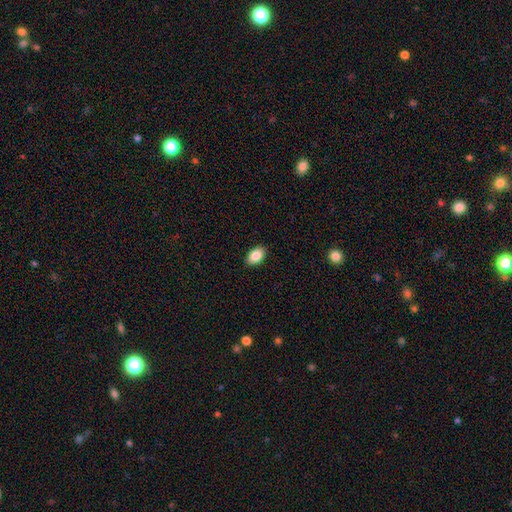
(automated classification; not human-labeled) The model was most divided on "smooth or featured": smooth: 87%, star or artifact: 7%, featured or disk: 6%. More confident: how rounded — in between (92%); merging — none (89%).